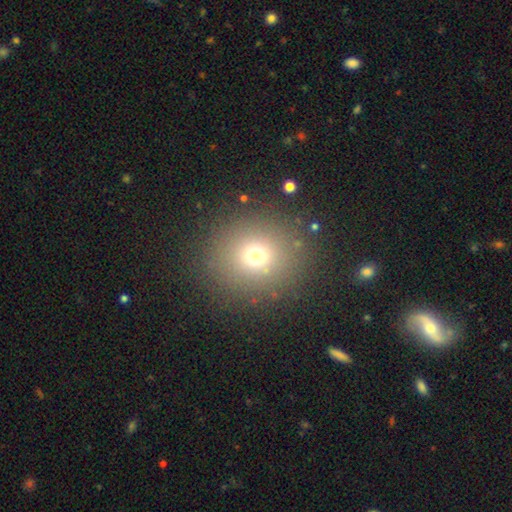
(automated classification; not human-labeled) Q: Smooth or featured?
A: smooth (70%); runner-up: star or artifact (19%)
Q: How rounded?
A: round (87%); runner-up: in between (12%)
Q: Merging?
A: none (87%); runner-up: minor disturbance (7%)